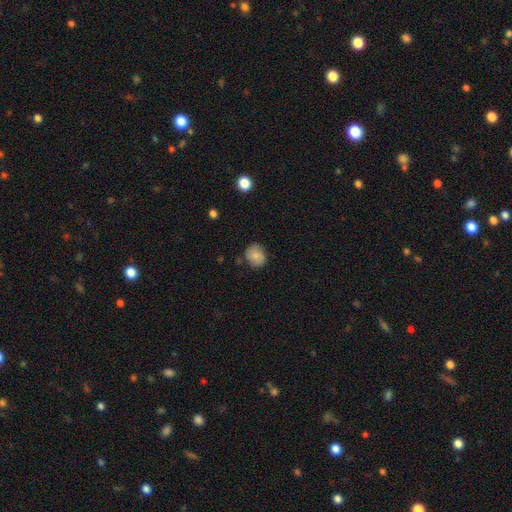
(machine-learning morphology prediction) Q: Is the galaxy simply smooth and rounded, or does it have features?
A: smooth — 74%.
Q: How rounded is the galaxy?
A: round — 72%.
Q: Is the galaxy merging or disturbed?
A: none — 76%.